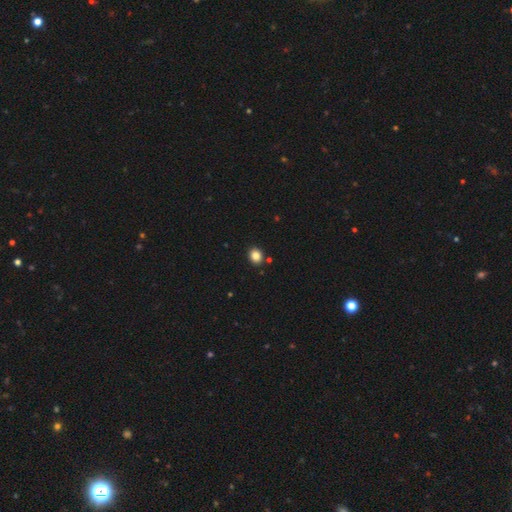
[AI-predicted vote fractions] Smooth or featured? Predicted: smooth (p=0.84). How rounded? Predicted: round (p=0.62). Merging? Predicted: none (p=0.88).